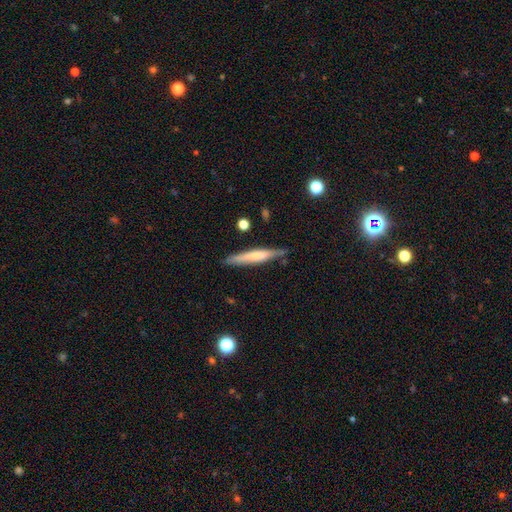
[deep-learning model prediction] Morphology: type=smooth (54%); roundness=cigar-shaped (92%); merging=none (83%).